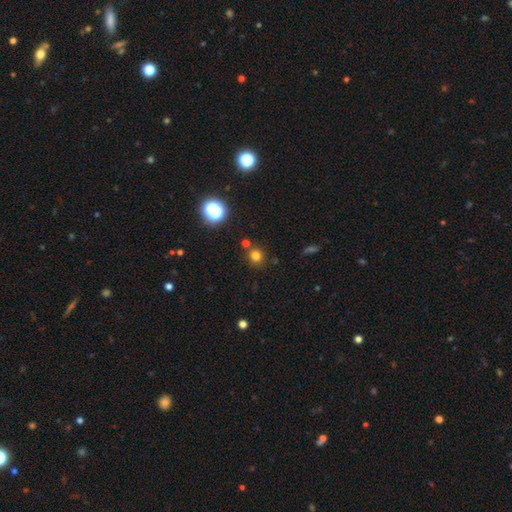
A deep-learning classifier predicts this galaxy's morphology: A smooth galaxy with no disk features (75%) that is round (89%).

Vote fractions:
- Smooth or featured? smooth: 75% / star or artifact: 19% / featured or disk: 6%
- How rounded? round: 89% / in between: 10% / cigar-shaped: 1%
- Merging? none: 80% / merger: 9% / minor disturbance: 8% / major disturbance: 3%